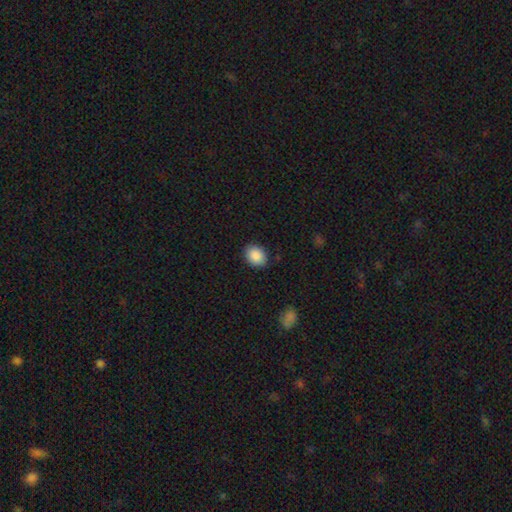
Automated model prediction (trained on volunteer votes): Smooth or featured? smooth (89%)
How rounded? in between (56%)
Merging? none (88%)